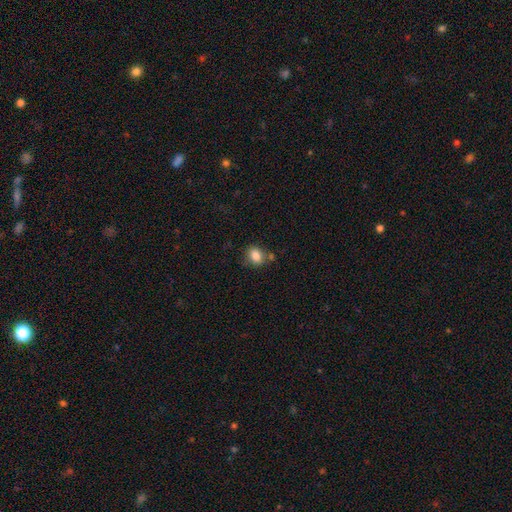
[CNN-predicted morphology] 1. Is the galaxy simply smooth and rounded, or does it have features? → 84% smooth, 10% star or artifact, 7% featured or disk.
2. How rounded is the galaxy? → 56% in between, 43% round, 1% cigar-shaped.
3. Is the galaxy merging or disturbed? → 68% none, 16% minor disturbance, 11% merger, 4% major disturbance.